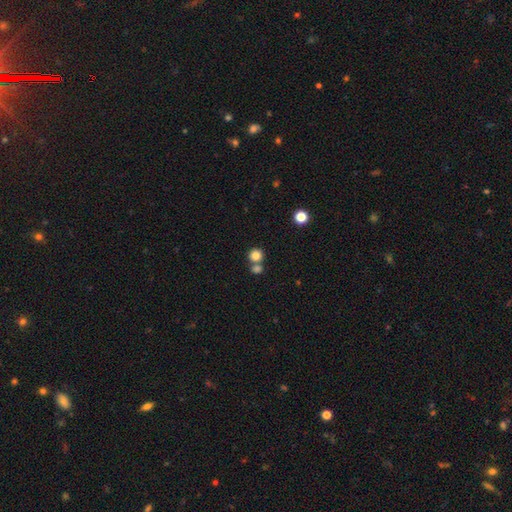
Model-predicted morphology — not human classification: This appears to be a smooth galaxy with no disk features (82%) that is round (89%). Merging: none (59%).